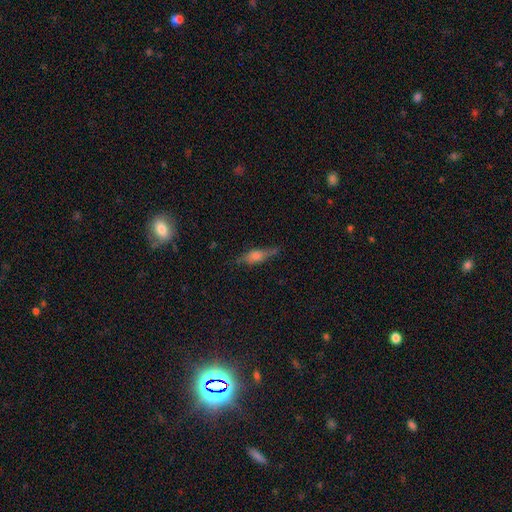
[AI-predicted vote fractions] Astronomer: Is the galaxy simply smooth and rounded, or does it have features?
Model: smooth — 44% (runner-up: featured or disk, 43%).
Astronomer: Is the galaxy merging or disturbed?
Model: none — 68%.